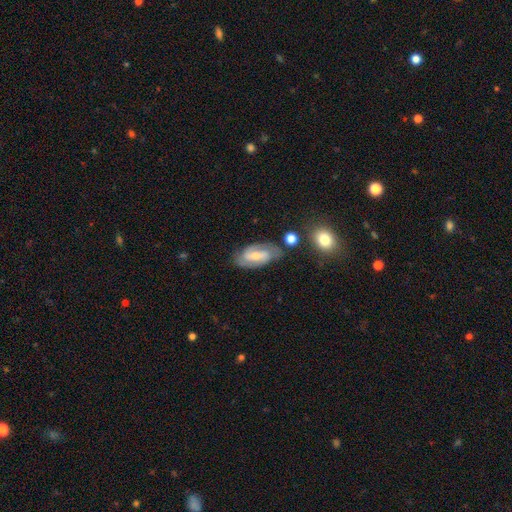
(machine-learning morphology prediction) A featured or disk galaxy (71%) with a weak bar (44%), 2 (81%) medium (46%) spiral arms (90%) and a moderate central bulge (51%).

Vote fractions:
- Smooth or featured? featured or disk: 71% / smooth: 22% / star or artifact: 6%
- Edge-on disk? no: 94% / yes: 6%
- Bar? weak: 44% / no: 29% / strong: 27%
- Spiral arms? yes: 90% / no: 10%
- Spiral winding? medium: 46% / tight: 36% / loose: 18%
- Spiral arm count? 2: 81% / can't tell: 11% / 3: 3% / 1: 3% / 4: 1% / more than 4: 1%
- Bulge size? moderate: 51% / small: 43% / large: 3% / none: 2% / dominant: 1%
- Merging? none: 72% / minor disturbance: 18% / major disturbance: 6% / merger: 5%